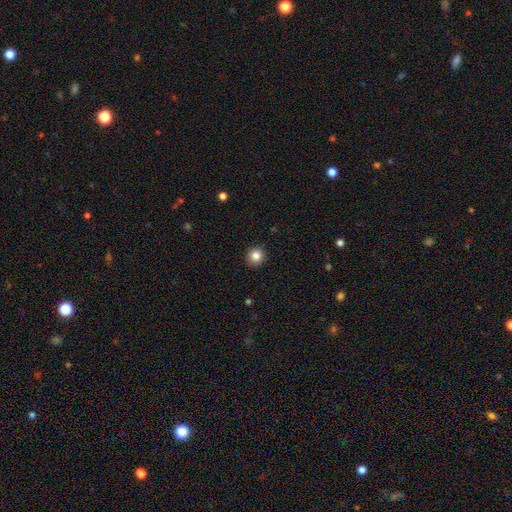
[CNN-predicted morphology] Smooth or featured? Predicted: smooth (p=0.84). How rounded? Predicted: round (p=0.93). Merging? Predicted: none (p=0.91).